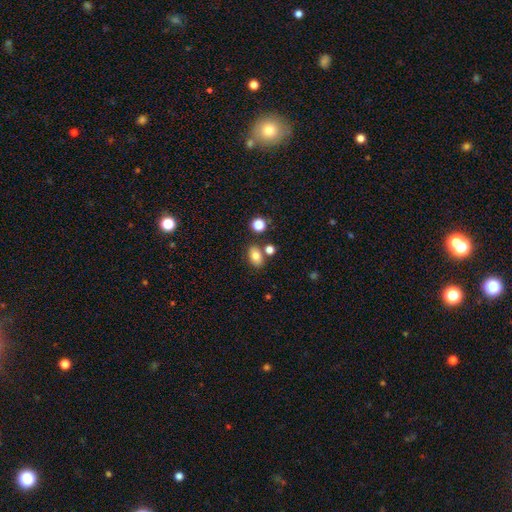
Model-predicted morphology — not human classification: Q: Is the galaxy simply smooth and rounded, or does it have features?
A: smooth — 79%.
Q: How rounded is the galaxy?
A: in between — 81%.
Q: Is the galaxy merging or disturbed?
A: none — 71%.